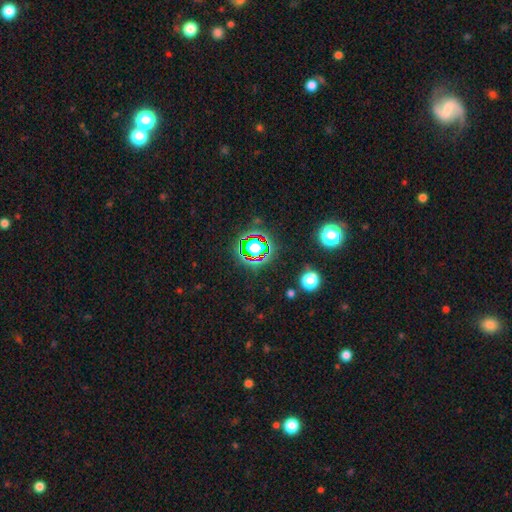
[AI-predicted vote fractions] This appears to be a star or artifact, not a galaxy (72%).